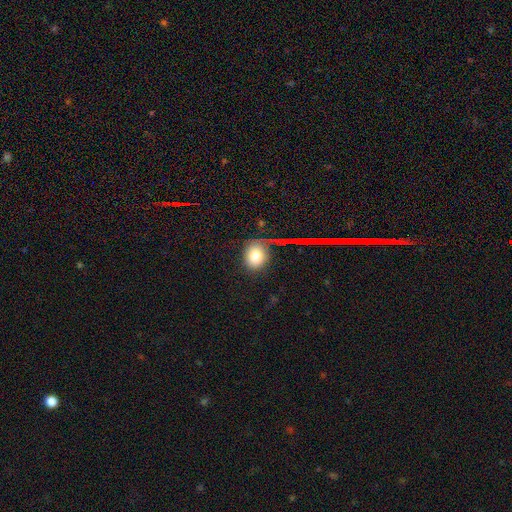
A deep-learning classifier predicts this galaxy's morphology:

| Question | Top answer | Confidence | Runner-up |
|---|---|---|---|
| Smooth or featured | smooth | 78% | star or artifact (11%) |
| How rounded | round | 64% | in between (35%) |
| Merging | none | 66% | minor disturbance (19%) |